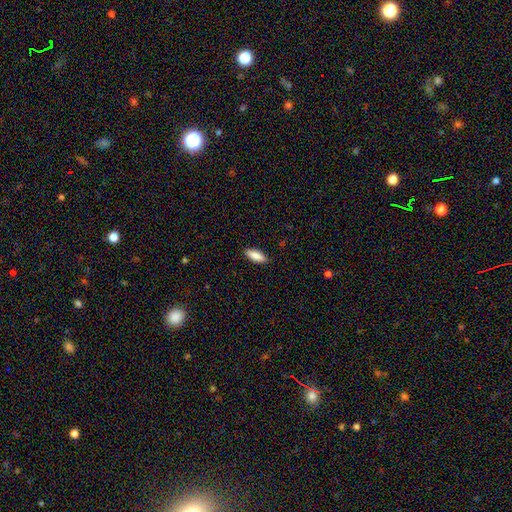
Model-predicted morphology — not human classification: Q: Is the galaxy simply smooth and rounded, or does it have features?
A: smooth — 85%.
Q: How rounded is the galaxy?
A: in between — 66%.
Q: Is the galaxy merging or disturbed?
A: none — 87%.